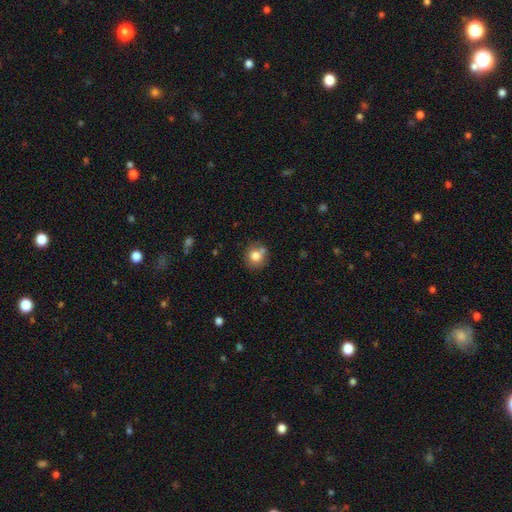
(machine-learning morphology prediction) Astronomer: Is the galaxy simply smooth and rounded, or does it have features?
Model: smooth — 79%.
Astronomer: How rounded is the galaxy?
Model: round — 85%.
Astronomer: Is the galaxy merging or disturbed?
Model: none — 66%.